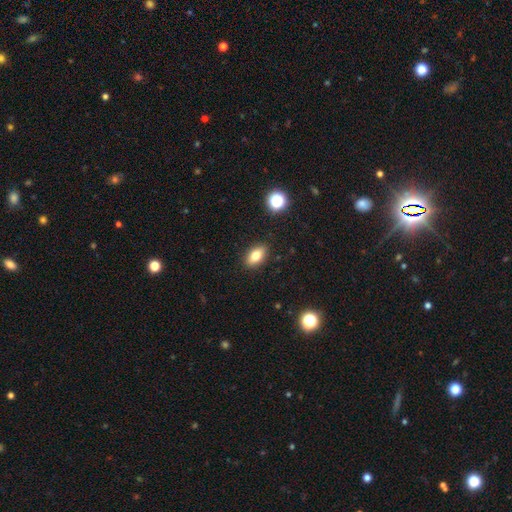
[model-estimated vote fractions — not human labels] The model was most divided on "smooth or featured": smooth: 78%, featured or disk: 12%, star or artifact: 10%. More confident: merging — none (89%); how rounded — in between (87%).